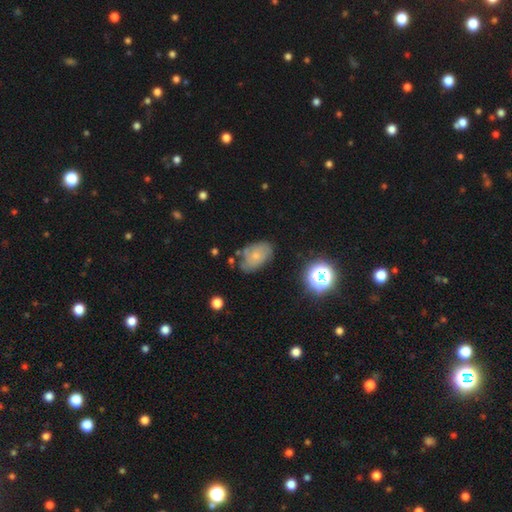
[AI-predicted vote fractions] Smooth or featured?
  - smooth: 48% *
  - featured or disk: 40%
  - star or artifact: 12%
Merging?
  - none: 58% *
  - minor disturbance: 29%
  - major disturbance: 9%
  - merger: 4%